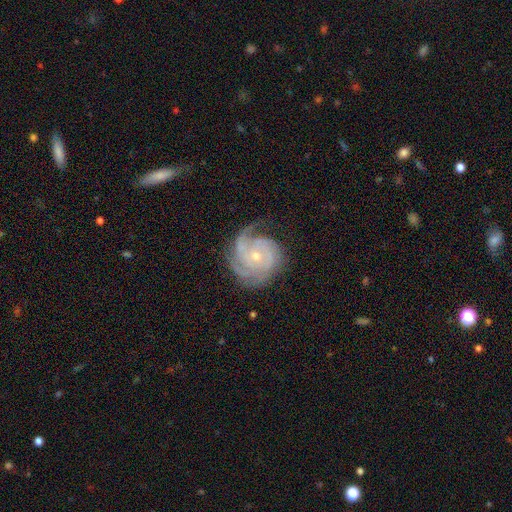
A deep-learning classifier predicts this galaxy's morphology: smooth-or-featured: featured or disk: 88% | smooth: 7% | star or artifact: 6%
  disk-edge-on: no: 98% | yes: 2%
    bar: no: 77% | weak: 19% | strong: 4%
    has-spiral-arms: yes: 97% | no: 3%
      spiral-winding: tight: 66% | medium: 28% | loose: 6%
      spiral-arm-count: 3: 39% | can't tell: 17% | 2: 16% | 4: 15% | 1: 6% | more than 4: 6%
    bulge-size: small: 69% | moderate: 28% | none: 1% | large: 1% | dominant: 1%
  merging: none: 68% | minor disturbance: 20% | major disturbance: 10% | merger: 2%